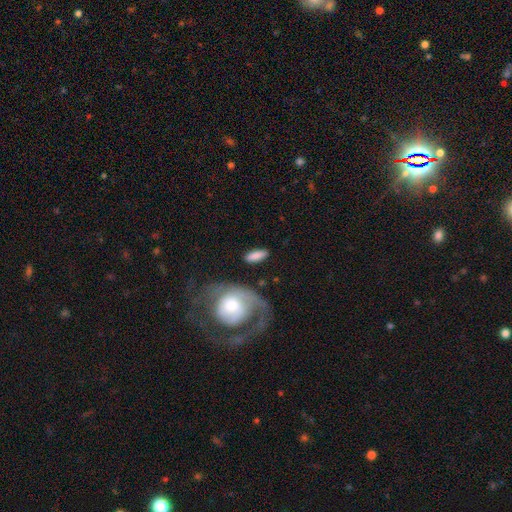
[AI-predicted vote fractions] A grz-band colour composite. It shows a smooth galaxy with no disk features (79%) that is in between round and cigar-shaped (65%). Merging: none (75%).